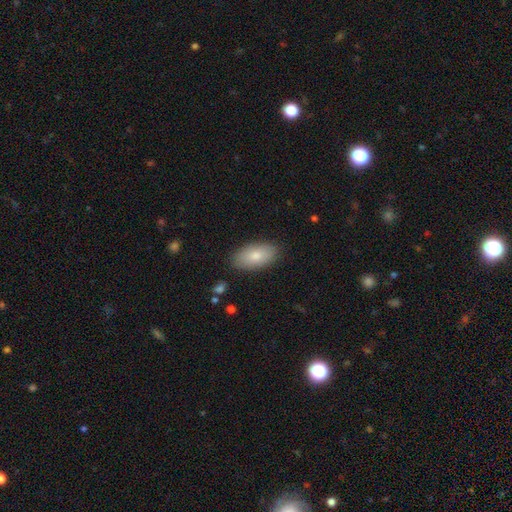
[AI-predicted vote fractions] smooth_or_featured: smooth (p=0.81) [alt: featured or disk p=0.13]
how_rounded: in between (p=0.93) [alt: cigar-shaped p=0.04]
merging: none (p=0.86) [alt: minor disturbance p=0.10]